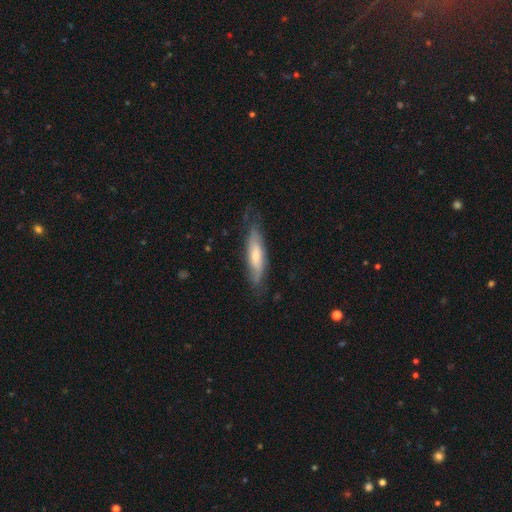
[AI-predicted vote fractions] This is possibly a smooth galaxy (49%). Merging: likely none (66%).